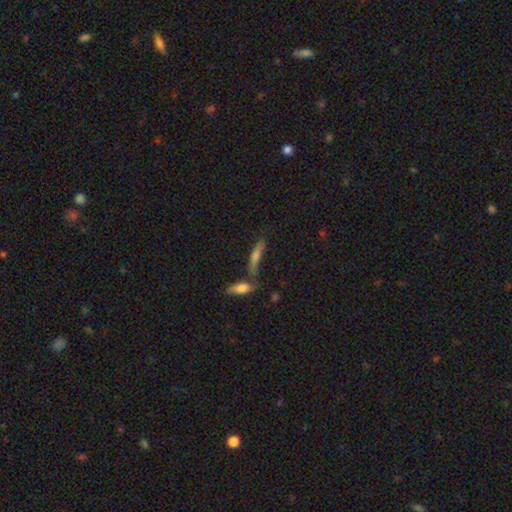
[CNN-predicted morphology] Overall: featured or disk (48%; smooth 38%). Merging: none (56%; merger 28%).